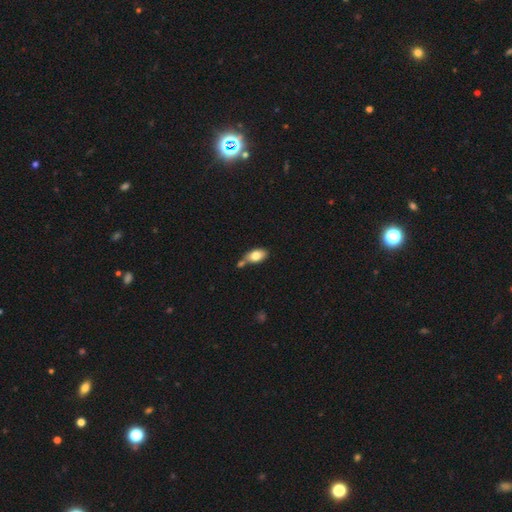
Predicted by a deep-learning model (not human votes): A smooth galaxy with no disk features (80%) that is in between round and cigar-shaped (90%). Merging: none (50%).